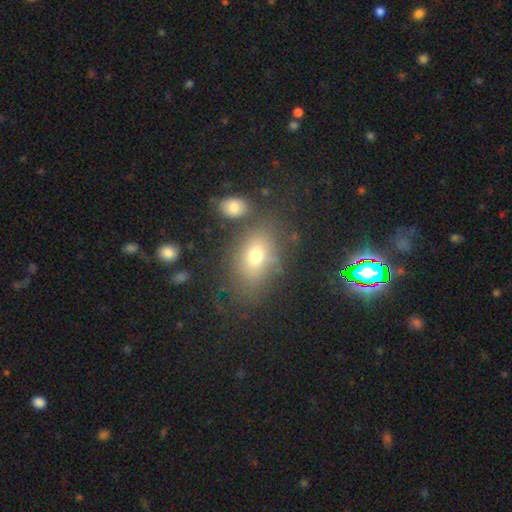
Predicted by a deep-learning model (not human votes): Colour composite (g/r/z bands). It shows a smooth galaxy with no disk features (66%) that is in between round and cigar-shaped (80%). Merging: none (71%).